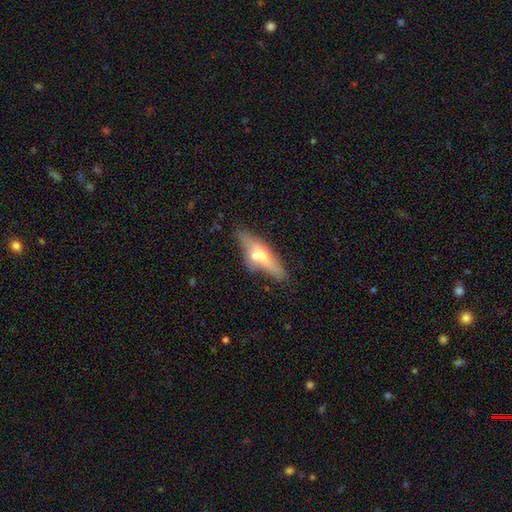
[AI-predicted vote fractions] Overall: featured or disk (48%; smooth 44%). Merging: none (45%; merger 30%).